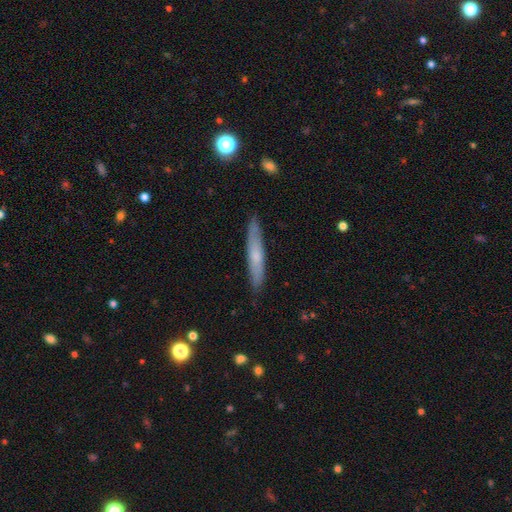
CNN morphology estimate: This is possibly a smooth galaxy (53%). How rounded: clearly cigar-shaped (93%). Merging: clearly none (86%).